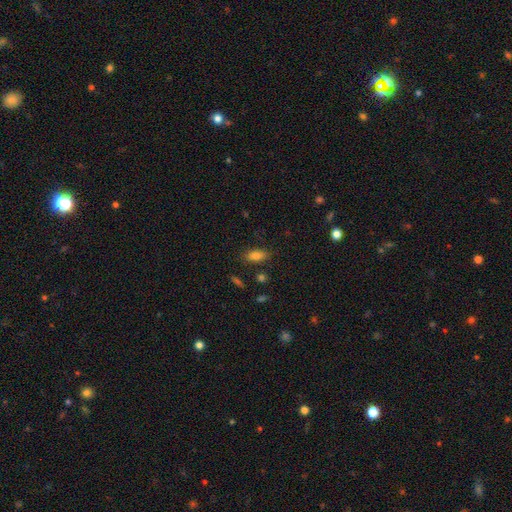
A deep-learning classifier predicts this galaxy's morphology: Smooth or featured? Predicted: smooth (p=0.81). How rounded? Predicted: in between (p=0.80). Merging? Predicted: none (p=0.82).